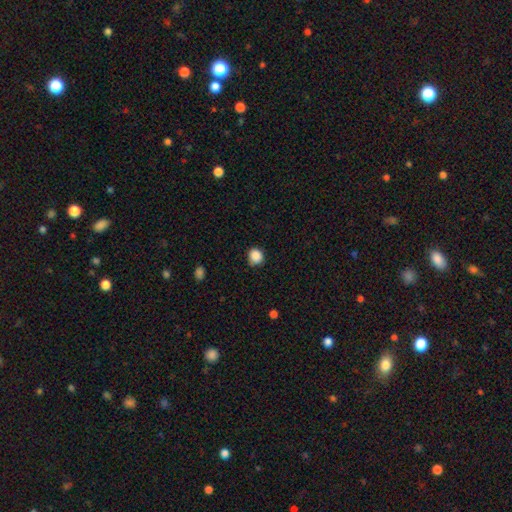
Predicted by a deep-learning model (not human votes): The model was most divided on "merging": none: 78%, minor disturbance: 17%, major disturbance: 3%, merger: 2%. More confident: smooth or featured — smooth (87%); how rounded — round (83%).